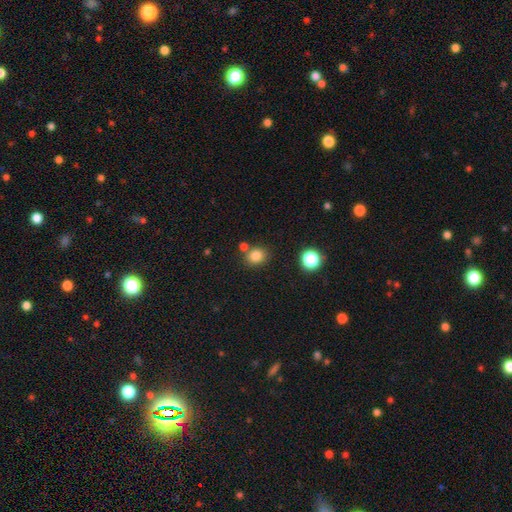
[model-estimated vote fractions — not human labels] Morphology: type=smooth (82%); roundness=round (65%); merging=none (75%).